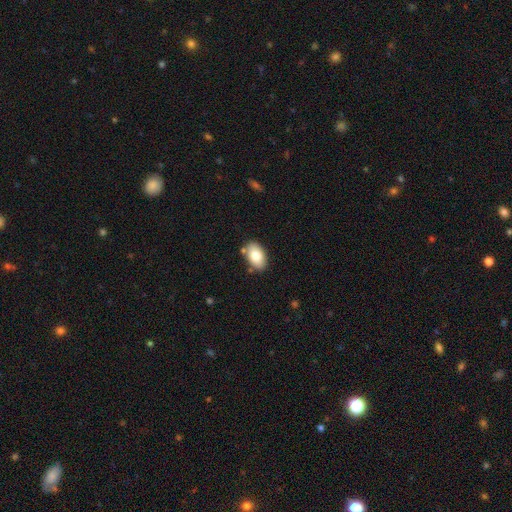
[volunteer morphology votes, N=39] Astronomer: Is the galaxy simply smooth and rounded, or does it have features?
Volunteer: smooth — 85%.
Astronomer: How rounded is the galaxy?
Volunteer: in between — 97%.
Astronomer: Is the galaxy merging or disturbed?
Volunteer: none — 81%.